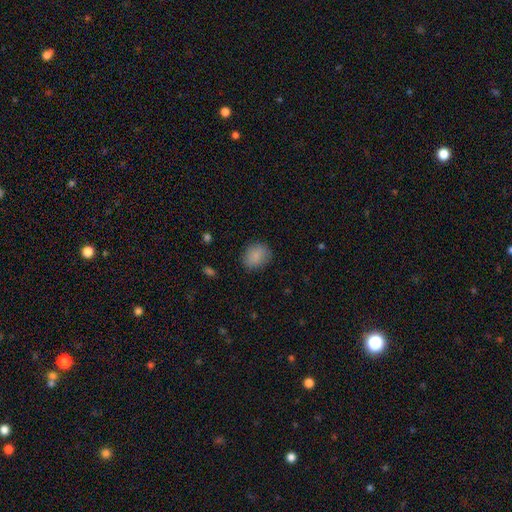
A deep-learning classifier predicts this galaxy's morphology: This appears to be a smooth galaxy with no disk features (87%) that is round (50%). Merging: none (83%).